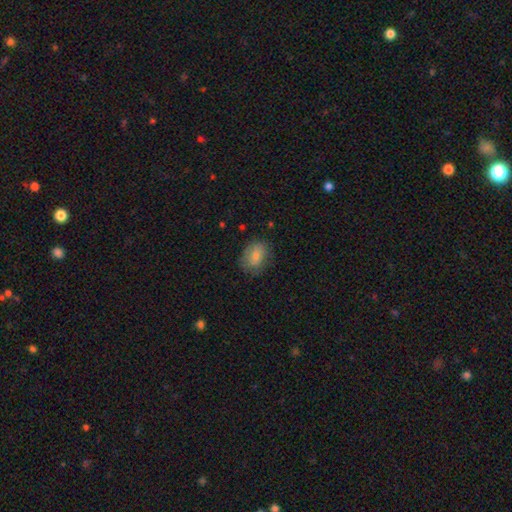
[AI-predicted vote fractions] smooth-or-featured: smooth: 75% | featured or disk: 16% | star or artifact: 9%
  how-rounded: in between: 68% | round: 31% | cigar-shaped: 2%
  merging: none: 73% | minor disturbance: 20% | major disturbance: 6% | merger: 1%